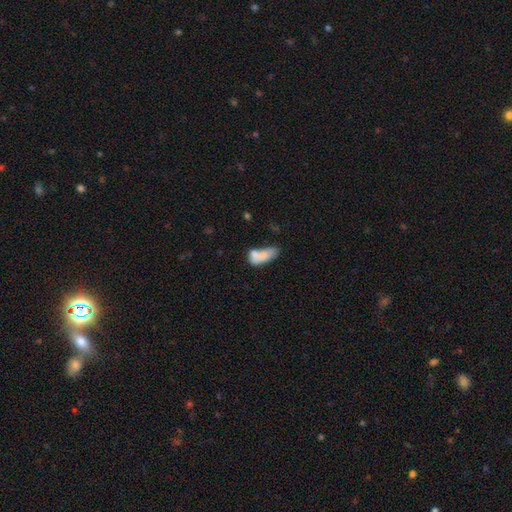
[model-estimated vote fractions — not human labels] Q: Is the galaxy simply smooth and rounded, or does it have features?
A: smooth — 73%.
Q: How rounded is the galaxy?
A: in between — 79%.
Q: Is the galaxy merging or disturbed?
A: merger — 42%.